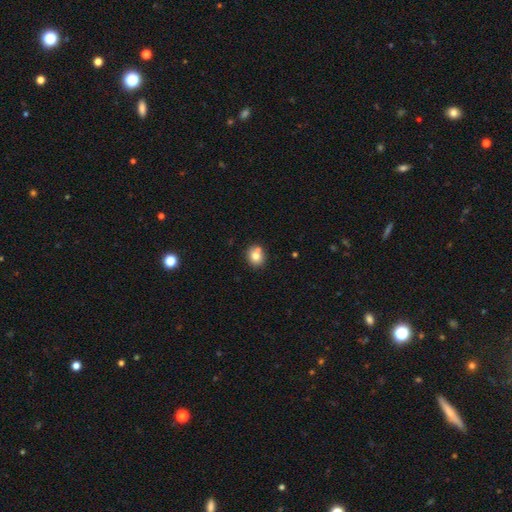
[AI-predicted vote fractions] Smooth or featured? smooth (77%)
How rounded? round (74%)
Merging? none (65%)